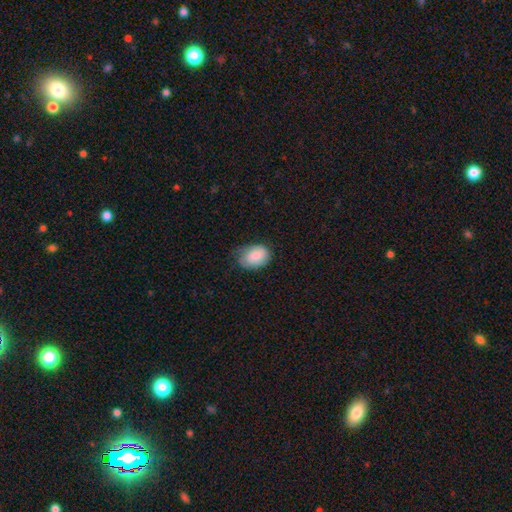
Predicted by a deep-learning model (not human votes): This appears to be a smooth galaxy with no disk features (82%) that is in between round and cigar-shaped (81%). Merging: none (56%).